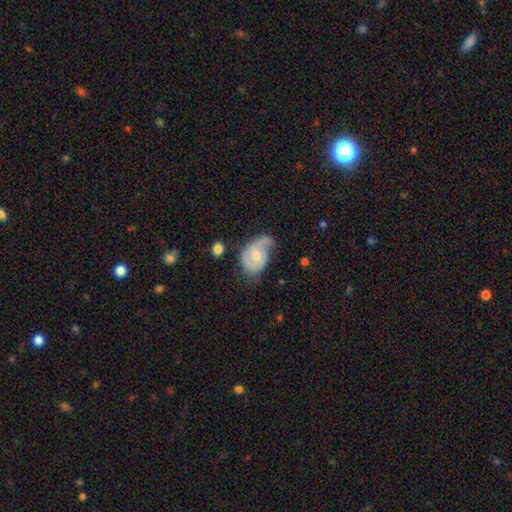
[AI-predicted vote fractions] A featured or disk galaxy (63%) with no bar (74%), spiral arms (80%) and a moderate central bulge (49%).

Vote fractions:
- Smooth or featured? featured or disk: 63% / smooth: 31% / star or artifact: 6%
- Edge-on disk? no: 96% / yes: 4%
- Bar? no: 74% / weak: 22% / strong: 4%
- Spiral arms? yes: 80% / no: 20%
- Bulge size? moderate: 49% / small: 47% / large: 2% / none: 2% / dominant: 1%
- Merging? minor disturbance: 36% / none: 34% / major disturbance: 26% / merger: 3%